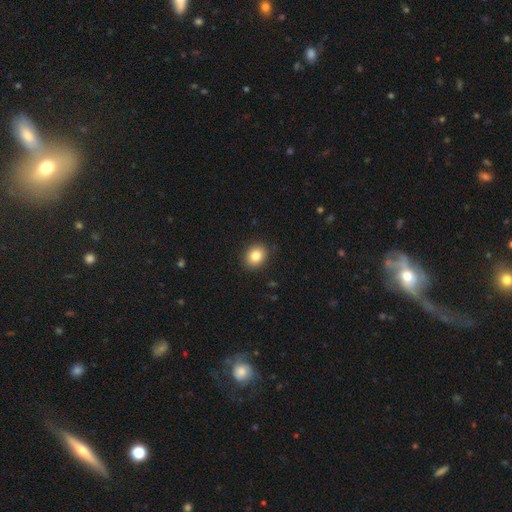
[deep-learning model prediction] Smooth or featured? smooth (83%)
How rounded? round (58%)
Merging? none (90%)